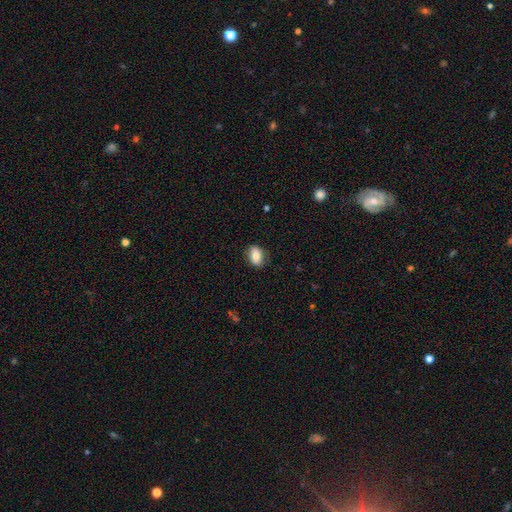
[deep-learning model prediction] smooth 75%, featured or disk 17%, star or artifact 8%. Down the decision tree: how rounded — in between (77%); merging — none (81%).